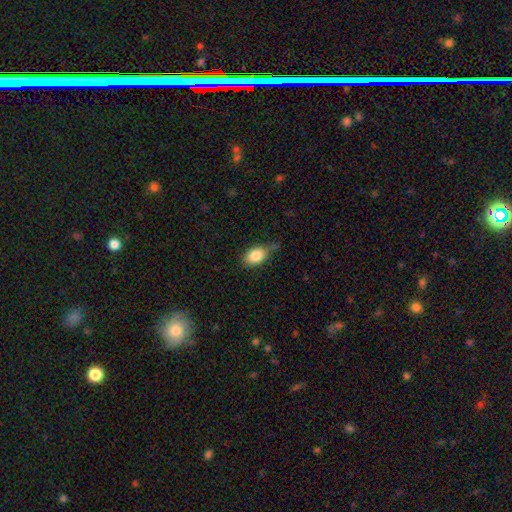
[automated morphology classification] This is clearly a smooth galaxy (84%). How rounded: clearly in between (81%). Merging: possibly none (56%).